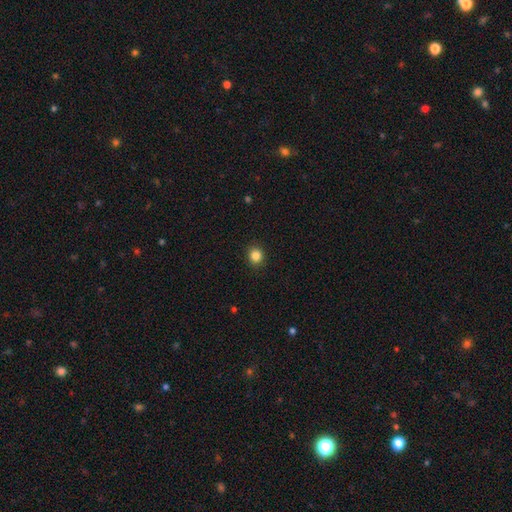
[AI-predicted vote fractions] A smooth galaxy with no disk features (85%) that is round (84%).

Vote fractions:
- Smooth or featured? smooth: 85% / star or artifact: 11% / featured or disk: 4%
- How rounded? round: 84% / in between: 15% / cigar-shaped: 1%
- Merging? none: 91% / minor disturbance: 6% / major disturbance: 2% / merger: 1%